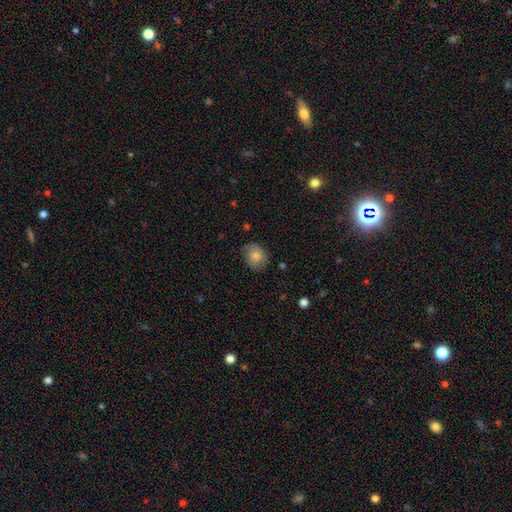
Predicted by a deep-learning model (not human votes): Q: Smooth or featured?
A: smooth (80%); runner-up: featured or disk (12%)
Q: How rounded?
A: round (60%); runner-up: in between (39%)
Q: Merging?
A: none (76%); runner-up: minor disturbance (19%)